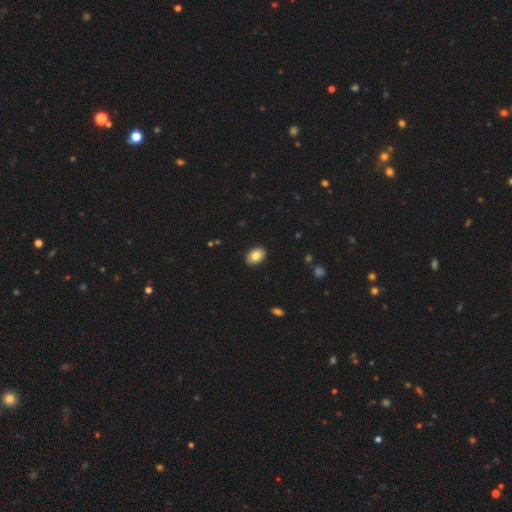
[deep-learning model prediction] smooth 80%, featured or disk 13%, star or artifact 7%. Down the decision tree: how rounded — in between (84%); merging — none (90%).